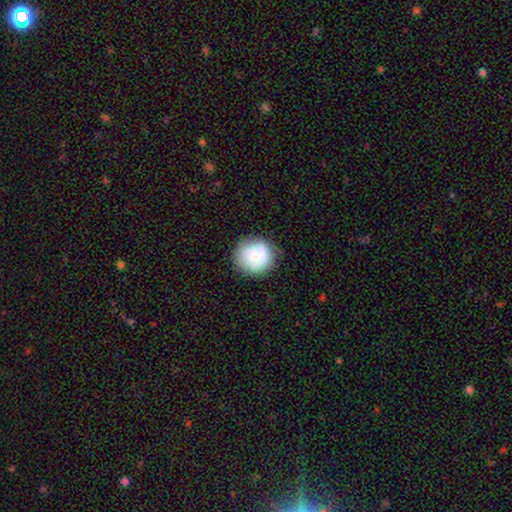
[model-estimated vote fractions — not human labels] Smooth or featured? smooth (73%)
How rounded? round (92%)
Merging? none (77%)